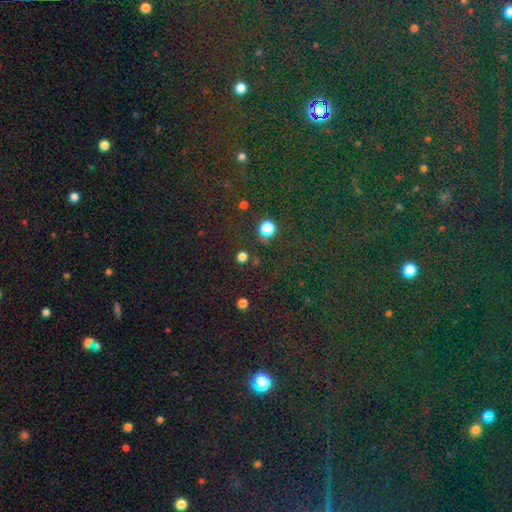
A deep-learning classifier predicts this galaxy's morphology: Smooth or featured? Predicted: star or artifact (p=0.82).